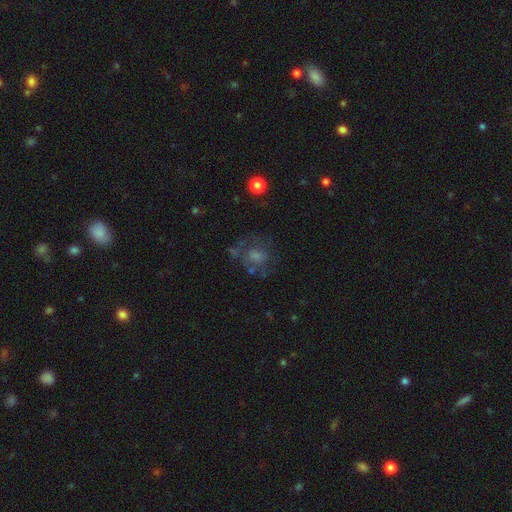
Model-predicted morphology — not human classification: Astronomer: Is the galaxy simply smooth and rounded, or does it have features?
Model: featured or disk — 45% (runner-up: smooth, 33%).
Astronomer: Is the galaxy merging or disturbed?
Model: none — 59%.